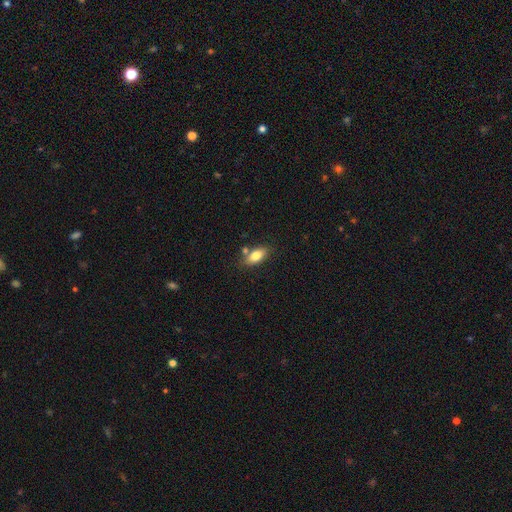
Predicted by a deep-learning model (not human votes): Smooth or featured? smooth (78%)
How rounded? in between (87%)
Merging? none (70%)